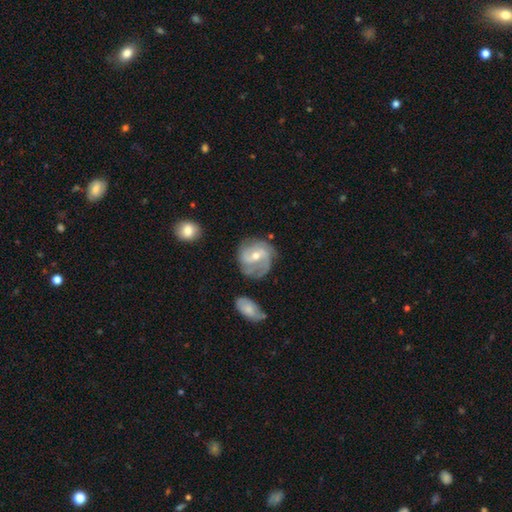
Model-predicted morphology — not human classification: smooth_or_featured: featured or disk (p=0.80) [alt: smooth p=0.13]
disk_edge_on: no (p=0.97) [alt: yes p=0.03]
bar: weak (p=0.49) [alt: no p=0.32]
has_spiral_arms: yes (p=0.93) [alt: no p=0.07]
spiral_winding: medium (p=0.42) [alt: tight p=0.38]
spiral_arm_count: 2 (p=0.36) [alt: 3 p=0.30]
bulge_size: moderate (p=0.56) [alt: small p=0.41]
merging: none (p=0.67) [alt: minor disturbance p=0.21]